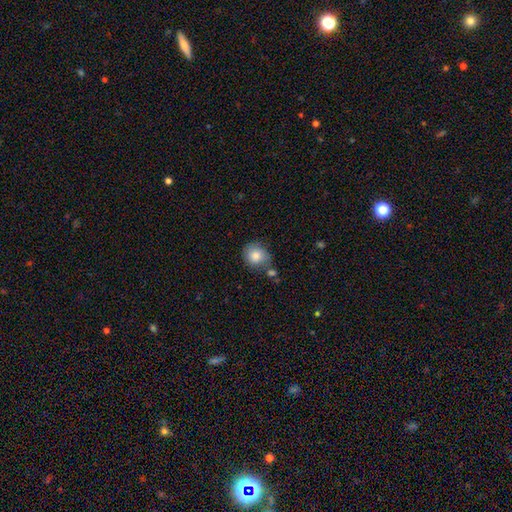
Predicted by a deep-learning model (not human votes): Morphology: type=smooth (83%); roundness=round (77%); merging=none (66%).